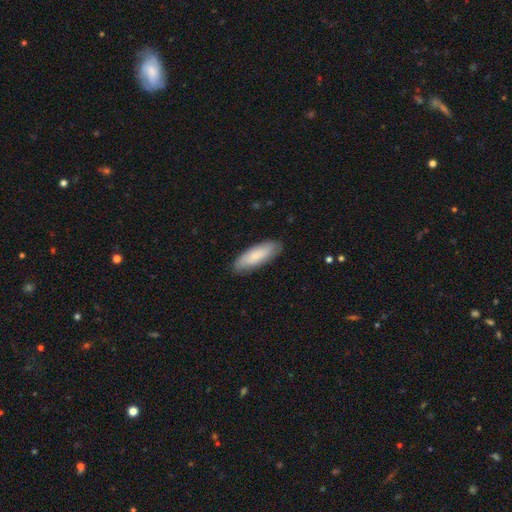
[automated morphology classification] Overall: smooth (81%). How rounded: in between (59%; cigar-shaped 40%). Merging: none (85%).